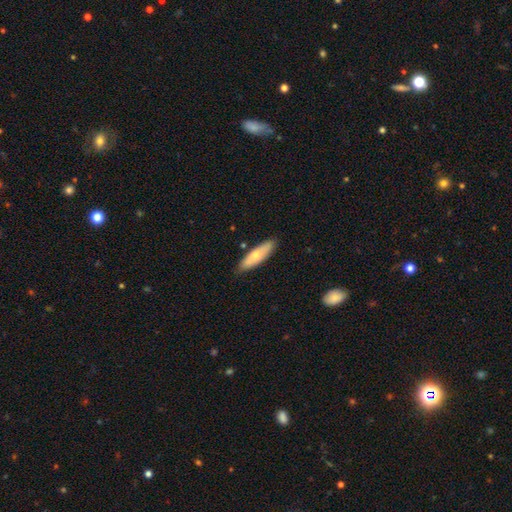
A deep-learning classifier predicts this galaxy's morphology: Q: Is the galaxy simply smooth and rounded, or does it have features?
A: smooth — 67%.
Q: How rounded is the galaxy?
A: cigar-shaped — 55%.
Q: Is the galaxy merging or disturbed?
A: none — 84%.